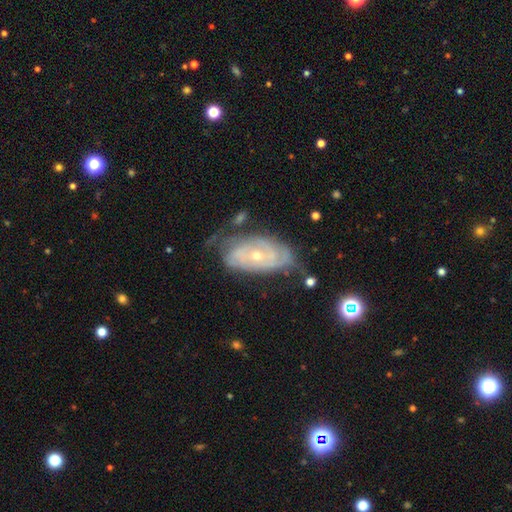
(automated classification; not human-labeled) Smooth or featured? Predicted: featured or disk (p=0.82). Edge-on disk? Predicted: no (p=0.94). Bar? Predicted: no (p=0.75). Spiral arms? Predicted: yes (p=0.91). Spiral winding? Predicted: tight (p=0.71). Spiral arm count? Predicted: can't tell (p=0.41). Bulge size? Predicted: small (p=0.59). Merging? Predicted: none (p=0.56).